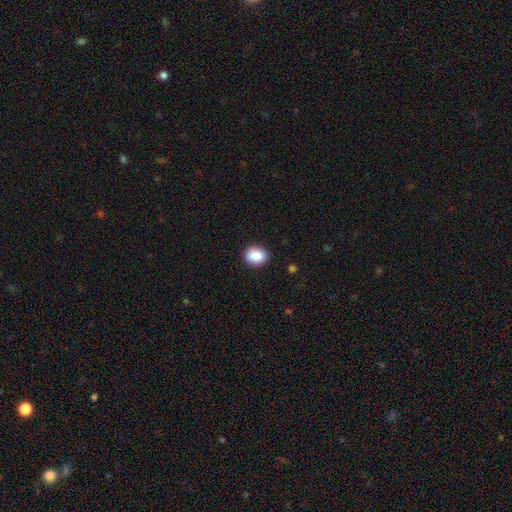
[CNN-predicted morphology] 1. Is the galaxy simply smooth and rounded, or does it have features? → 88% smooth, 8% star or artifact, 4% featured or disk.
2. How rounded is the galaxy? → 55% in between, 44% round, 1% cigar-shaped.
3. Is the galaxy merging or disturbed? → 88% none, 9% minor disturbance, 2% major disturbance, 1% merger.